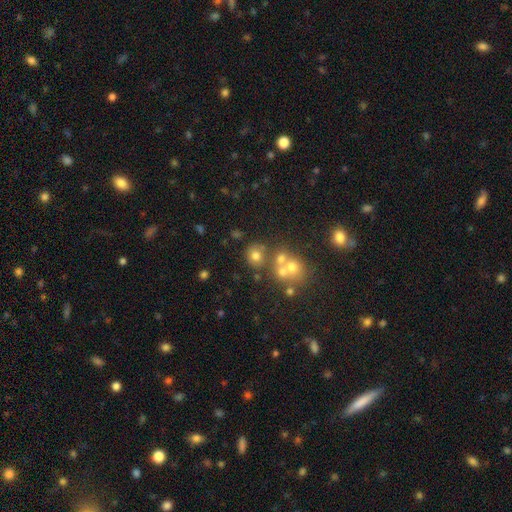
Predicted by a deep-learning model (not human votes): Overall: smooth (67%). How rounded: round (82%). Merging: none (59%; merger 26%).